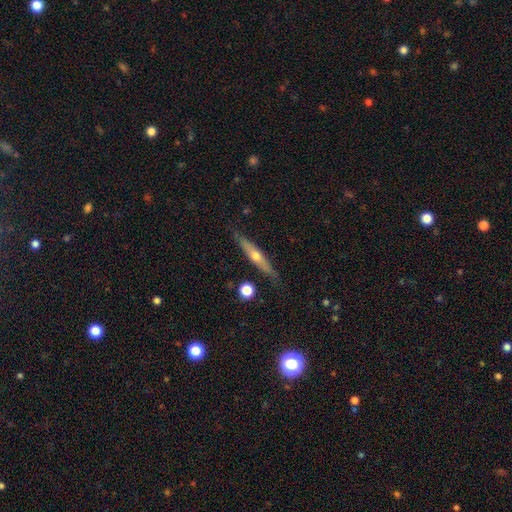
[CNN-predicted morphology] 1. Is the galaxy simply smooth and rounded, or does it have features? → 64% featured or disk, 29% smooth, 7% star or artifact.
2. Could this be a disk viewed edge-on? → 94% yes, 6% no.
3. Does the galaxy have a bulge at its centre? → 87% rounded, 11% none, 3% boxy.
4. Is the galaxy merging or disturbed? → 86% none, 10% minor disturbance, 2% major disturbance, 2% merger.